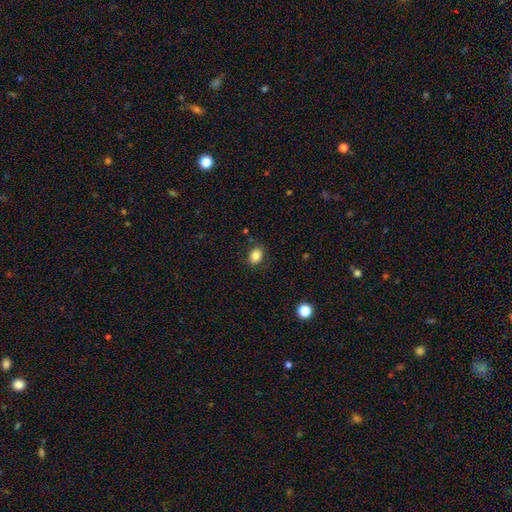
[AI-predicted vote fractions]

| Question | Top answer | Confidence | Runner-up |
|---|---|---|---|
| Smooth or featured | smooth | 85% | star or artifact (10%) |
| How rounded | in between | 63% | round (36%) |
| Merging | none | 83% | minor disturbance (12%) |